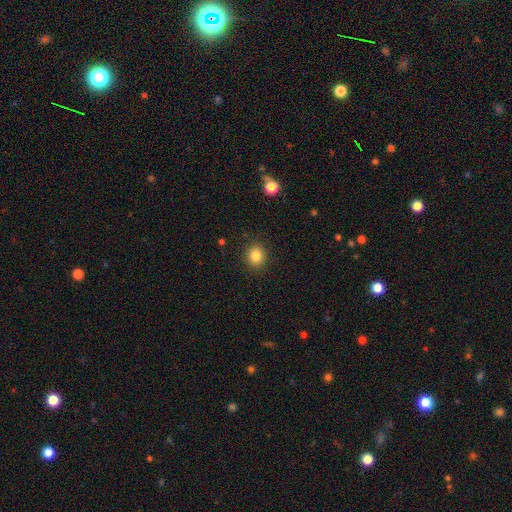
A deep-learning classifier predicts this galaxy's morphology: type=smooth (83%); roundness=round (78%); merging=none (90%).